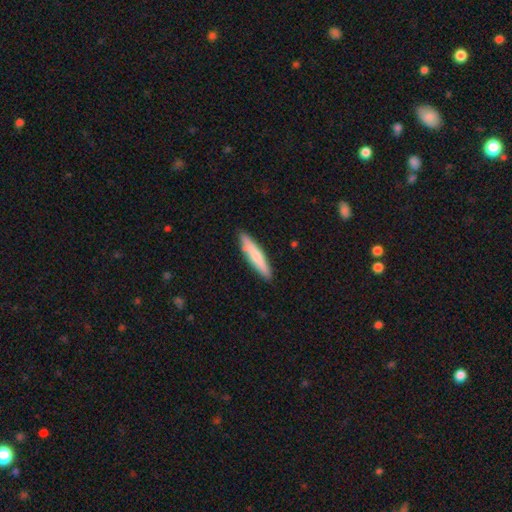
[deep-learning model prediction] The model was most divided on "smooth or featured": smooth: 73%, featured or disk: 22%, star or artifact: 5%. More confident: how rounded — cigar-shaped (88%); merging — none (87%).